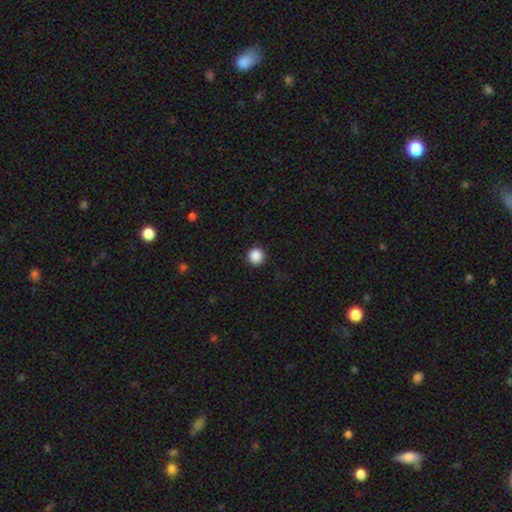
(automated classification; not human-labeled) smooth-or-featured: smooth: 88% | star or artifact: 10% | featured or disk: 2%
  how-rounded: round: 96% | in between: 3% | cigar-shaped: 1%
  merging: none: 93% | minor disturbance: 5% | major disturbance: 2% | merger: 1%